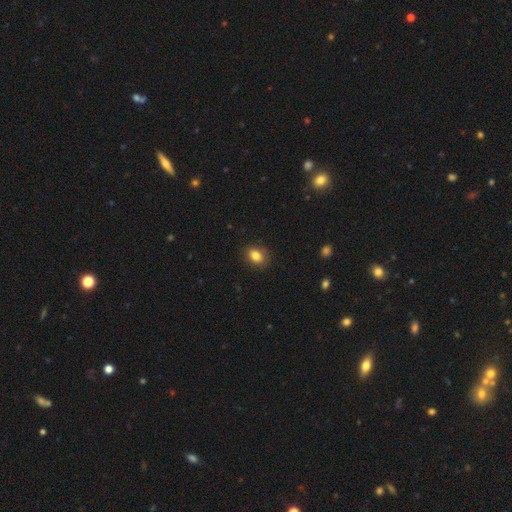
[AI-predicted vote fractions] Morphology: type=smooth (84%); roundness=in between (69%); merging=none (86%).